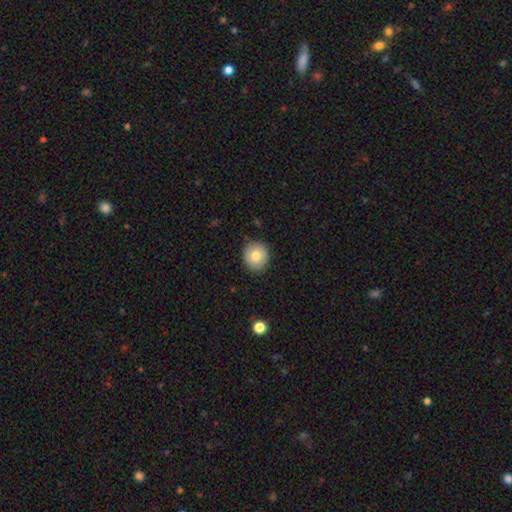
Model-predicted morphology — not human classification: A smooth galaxy with no disk features (76%) that is round (83%). Merging: none (86%).